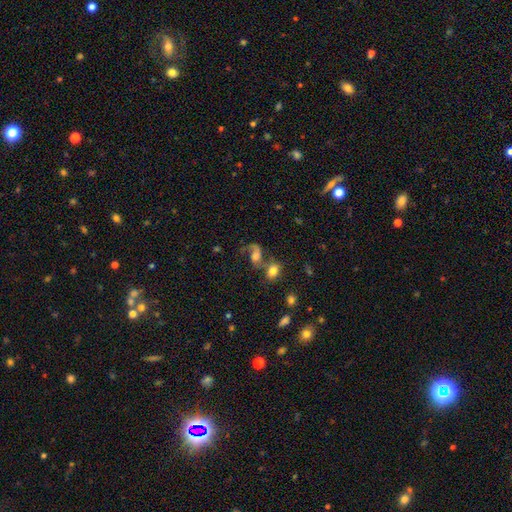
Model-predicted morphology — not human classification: Overall: featured or disk (53%; smooth 35%). Edge-on disk: no (96%). Bar: no (59%; weak 31%). Spiral arms: yes (83%). Bulge size: moderate (39%; large 28%). Merging: merger (40%; none 28%).